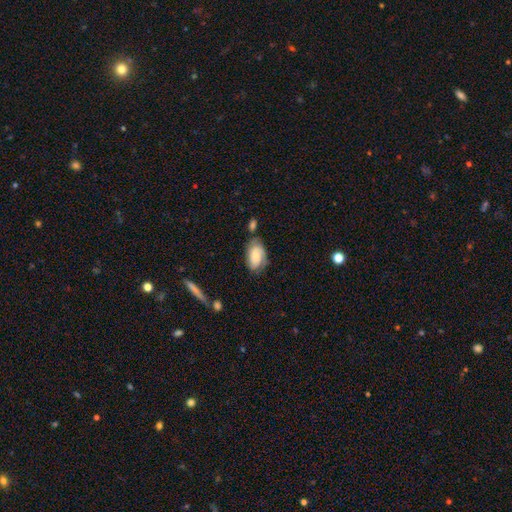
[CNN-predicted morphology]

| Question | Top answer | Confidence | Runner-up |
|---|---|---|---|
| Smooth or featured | smooth | 53% | featured or disk (39%) |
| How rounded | in between | 91% | round (6%) |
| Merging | none | 57% | minor disturbance (24%) |